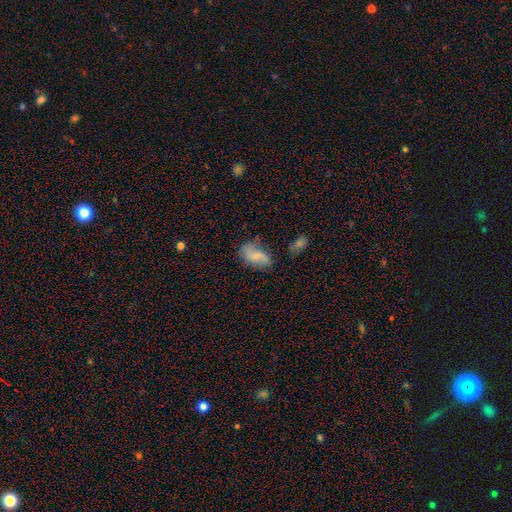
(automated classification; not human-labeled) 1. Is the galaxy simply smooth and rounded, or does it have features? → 59% smooth, 31% featured or disk, 9% star or artifact.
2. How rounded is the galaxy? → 91% in between, 5% round, 3% cigar-shaped.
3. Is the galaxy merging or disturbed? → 50% none, 29% minor disturbance, 14% major disturbance, 7% merger.